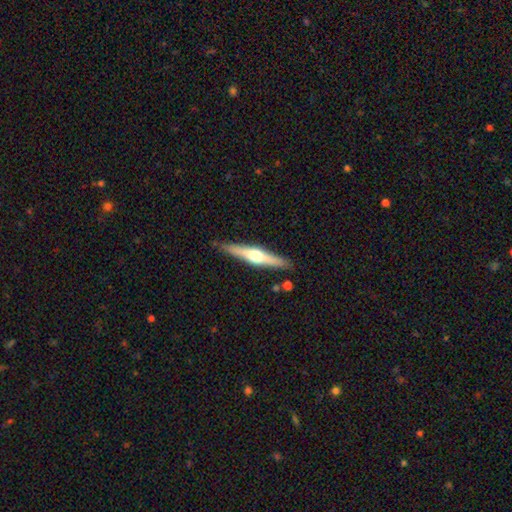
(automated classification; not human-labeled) A featured or disk galaxy (67%) viewed edge-on (97%) with a rounded central bulge (92%). Merging: none (88%).